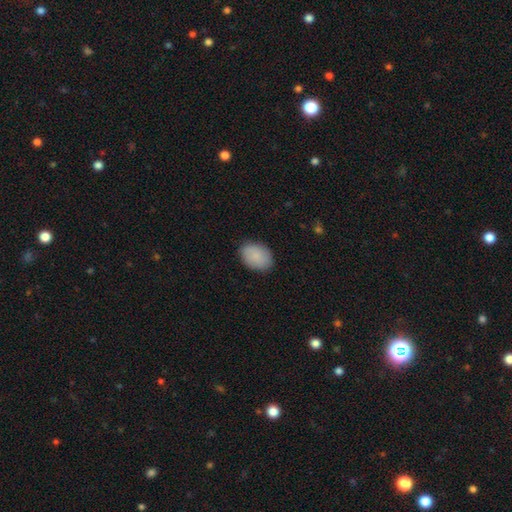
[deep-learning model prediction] smooth_or_featured: smooth (p=0.89) [alt: star or artifact p=0.06]
how_rounded: in between (p=0.80) [alt: round p=0.19]
merging: none (p=0.85) [alt: minor disturbance p=0.11]